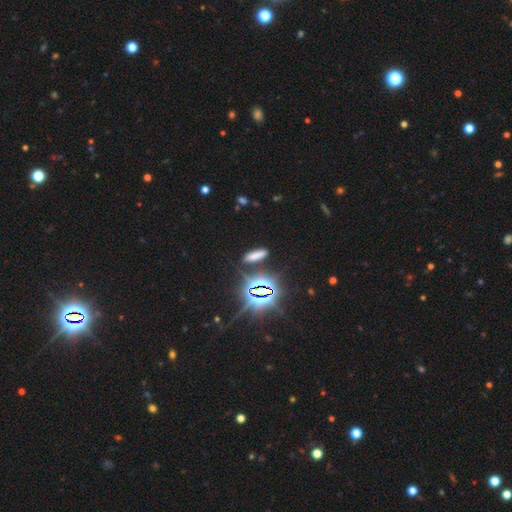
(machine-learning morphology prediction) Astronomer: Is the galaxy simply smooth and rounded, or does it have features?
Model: smooth — 58%.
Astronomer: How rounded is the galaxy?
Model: cigar-shaped — 56% (runner-up: in between, 38%).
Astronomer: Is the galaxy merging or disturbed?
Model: none — 83%.